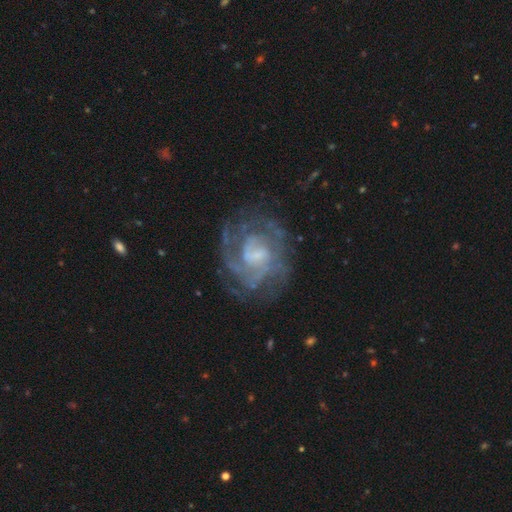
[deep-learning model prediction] This appears to be a featured or disk galaxy (84%) with a weak bar (47%), tight (52%) spiral arms (90%) and a small central bulge (45%). Merging: none (67%).